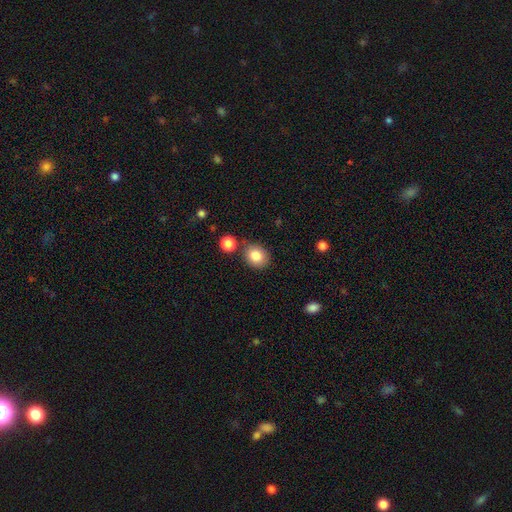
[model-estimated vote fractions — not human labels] Q: Smooth or featured?
A: smooth (84%); runner-up: star or artifact (9%)
Q: How rounded?
A: round (63%); runner-up: in between (37%)
Q: Merging?
A: none (74%); runner-up: minor disturbance (12%)